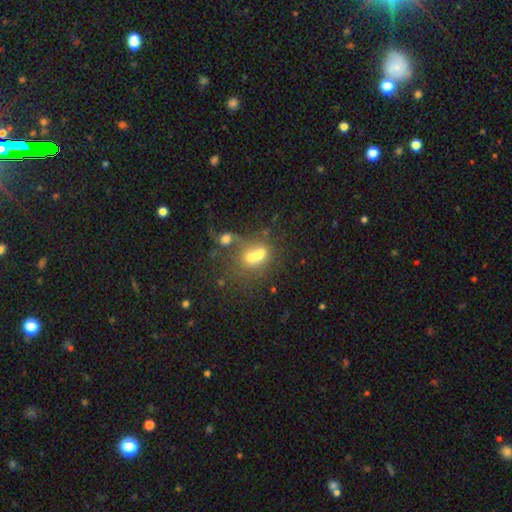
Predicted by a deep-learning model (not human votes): This is possibly a smooth galaxy (53%). How rounded: possibly in between (59%). Merging: likely merger (62%).